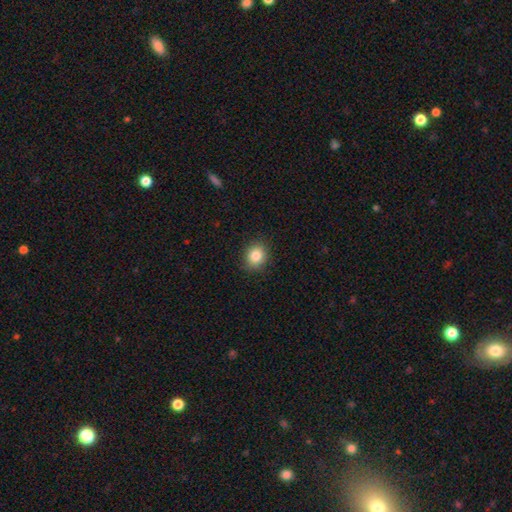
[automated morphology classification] smooth_or_featured: smooth (p=0.85) [alt: star or artifact p=0.10]
how_rounded: round (p=0.66) [alt: in between p=0.33]
merging: none (p=0.89) [alt: minor disturbance p=0.08]